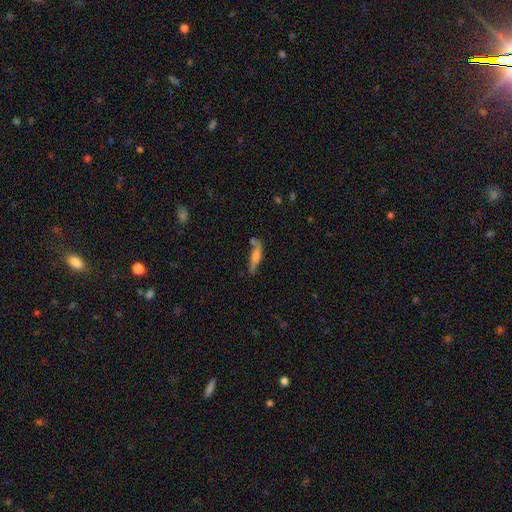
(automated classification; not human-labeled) Smooth or featured? Predicted: smooth (p=0.53). How rounded? Predicted: cigar-shaped (p=0.79). Merging? Predicted: none (p=0.60).